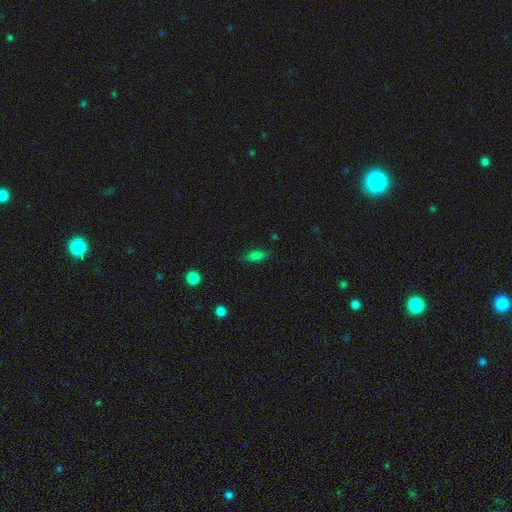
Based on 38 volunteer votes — Smooth or featured? 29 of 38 (76%) said smooth. How rounded? 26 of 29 (90%) said in between. Merging? 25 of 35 (71%) said none.